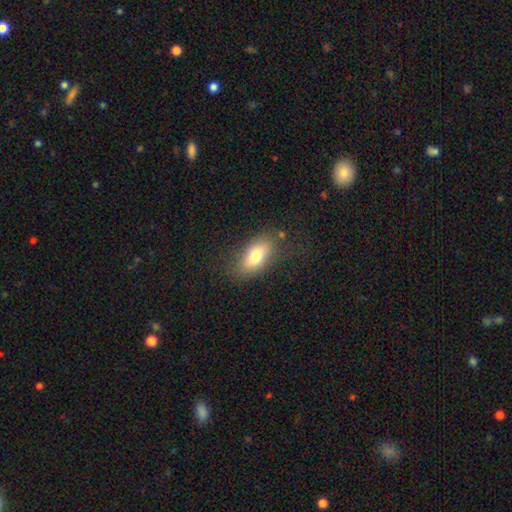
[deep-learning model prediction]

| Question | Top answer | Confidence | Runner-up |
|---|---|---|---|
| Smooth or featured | smooth | 75% | featured or disk (17%) |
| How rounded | in between | 87% | cigar-shaped (7%) |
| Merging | none | 75% | minor disturbance (17%) |